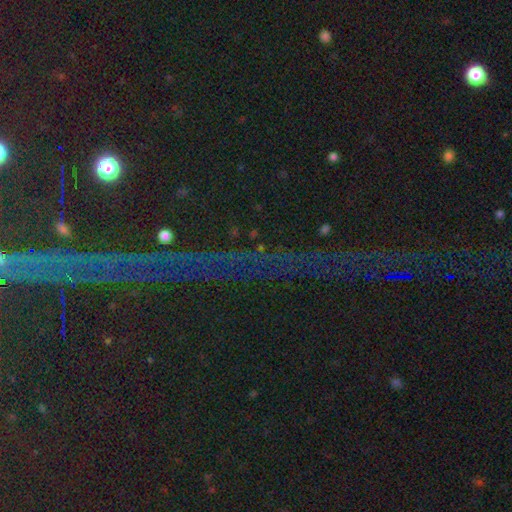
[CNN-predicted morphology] Smooth or featured?
  - star or artifact: 84% *
  - featured or disk: 8%
  - smooth: 7%